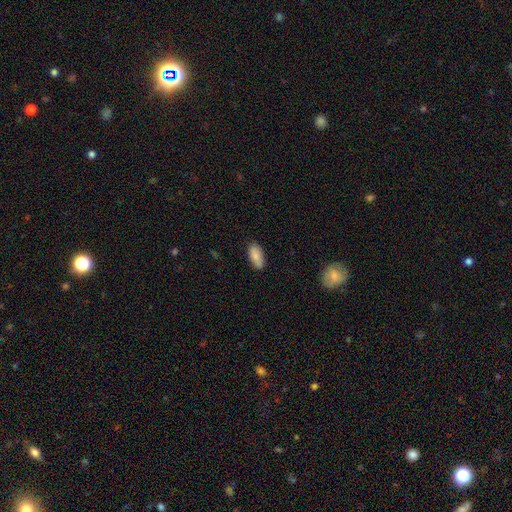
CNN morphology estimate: Smooth or featured?
  - smooth: 87% *
  - featured or disk: 7%
  - star or artifact: 6%
How rounded?
  - in between: 89% *
  - cigar-shaped: 9%
  - round: 2%
Merging?
  - none: 85% *
  - minor disturbance: 11%
  - major disturbance: 2%
  - merger: 1%